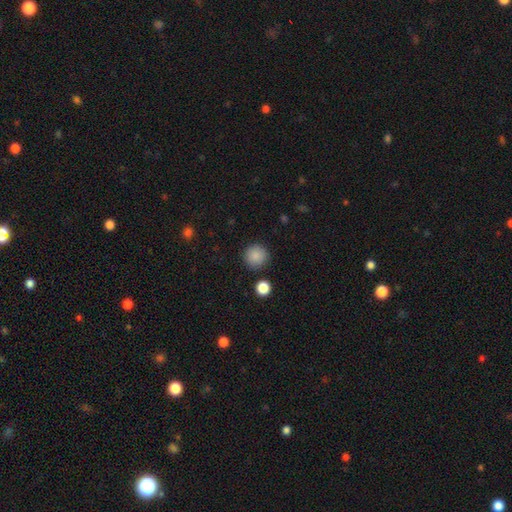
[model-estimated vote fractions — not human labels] Q: Smooth or featured?
A: smooth (88%); runner-up: star or artifact (9%)
Q: How rounded?
A: round (95%); runner-up: in between (4%)
Q: Merging?
A: none (90%); runner-up: minor disturbance (6%)